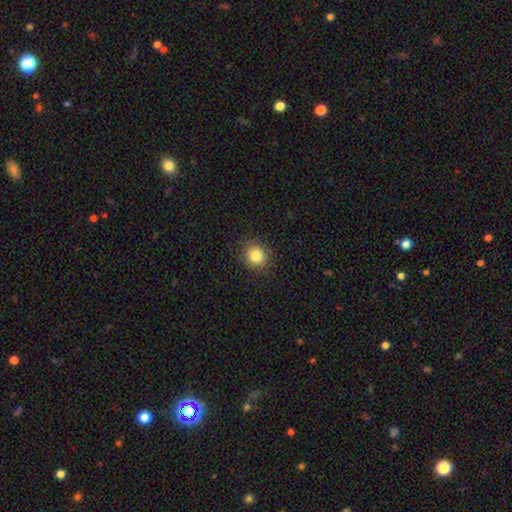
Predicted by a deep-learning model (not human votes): Overall: smooth (84%). How rounded: round (83%). Merging: none (88%).